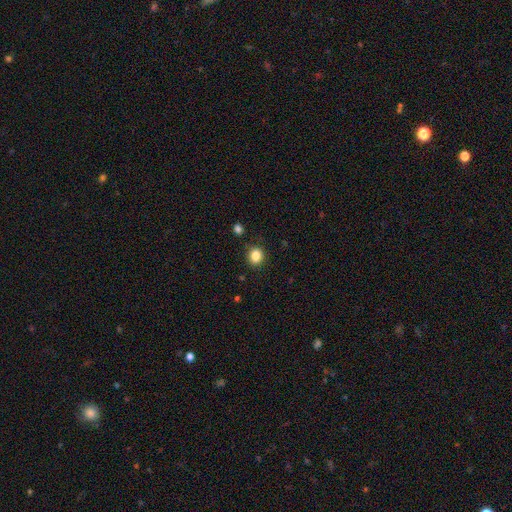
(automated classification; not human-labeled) smooth 85%, star or artifact 11%, featured or disk 5%. Down the decision tree: how rounded — round (68%); merging — none (86%).